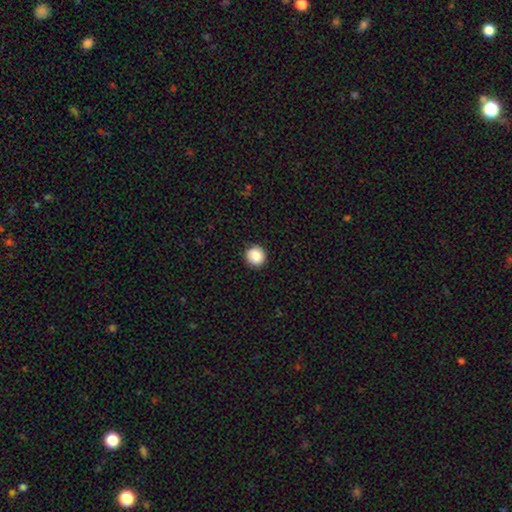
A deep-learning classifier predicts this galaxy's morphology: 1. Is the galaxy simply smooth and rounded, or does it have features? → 88% smooth, 8% star or artifact, 3% featured or disk.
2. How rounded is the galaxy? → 94% round, 5% in between, 1% cigar-shaped.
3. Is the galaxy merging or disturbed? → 91% none, 6% minor disturbance, 2% major disturbance, 1% merger.